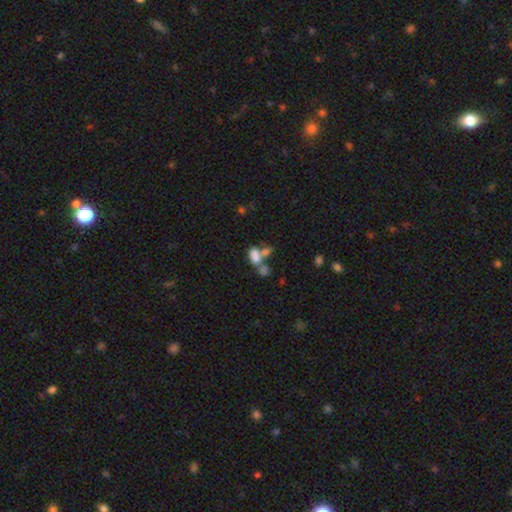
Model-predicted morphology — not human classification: Q: Smooth or featured?
A: smooth (71%); runner-up: featured or disk (16%)
Q: How rounded?
A: in between (85%); runner-up: round (12%)
Q: Merging?
A: merger (59%); runner-up: none (22%)